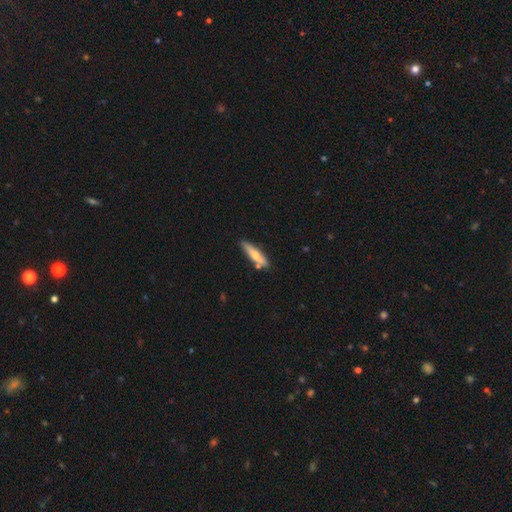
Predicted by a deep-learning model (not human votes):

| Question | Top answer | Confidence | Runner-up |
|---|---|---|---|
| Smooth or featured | smooth | 59% | featured or disk (35%) |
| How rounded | cigar-shaped | 80% | in between (18%) |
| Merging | none | 74% | minor disturbance (16%) |